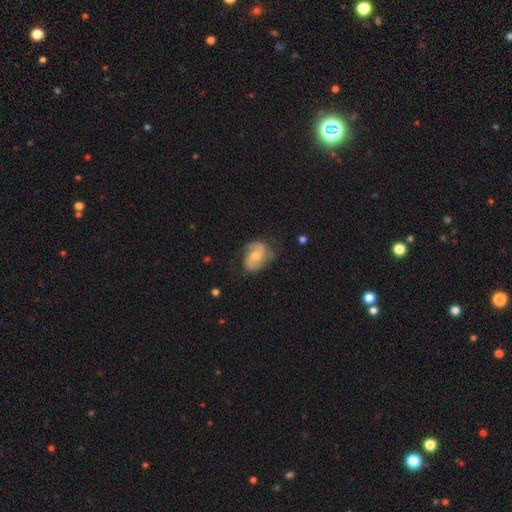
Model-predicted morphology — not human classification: A featured or disk galaxy (69%) with no bar (49%), 2 (84%) medium (46%) spiral arms (90%) and a moderate central bulge (59%). Merging: none (65%).